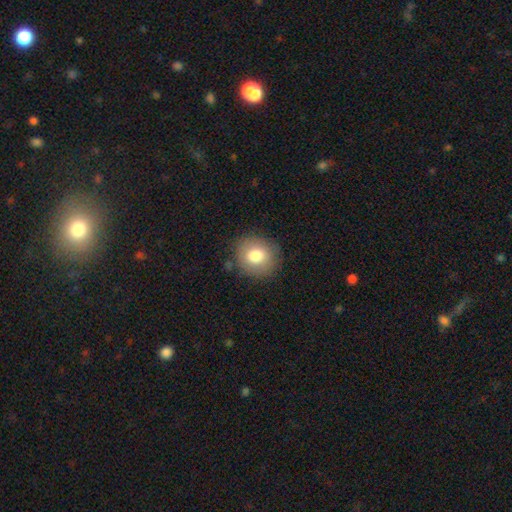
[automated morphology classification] type=smooth (78%); roundness=round (85%); merging=none (84%).